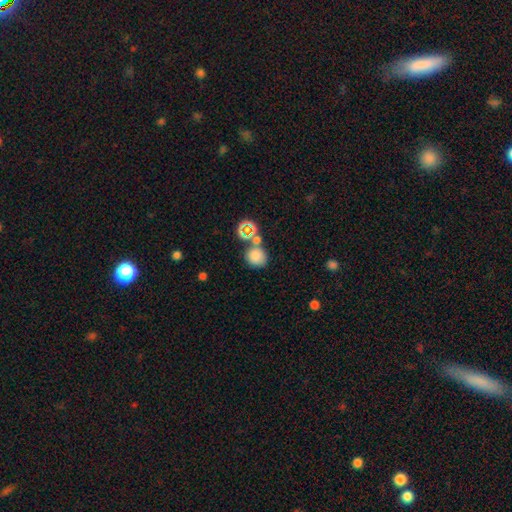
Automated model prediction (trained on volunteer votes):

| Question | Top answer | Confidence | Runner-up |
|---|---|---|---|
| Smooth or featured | smooth | 79% | star or artifact (15%) |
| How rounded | round | 83% | in between (16%) |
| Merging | none | 62% | merger (24%) |